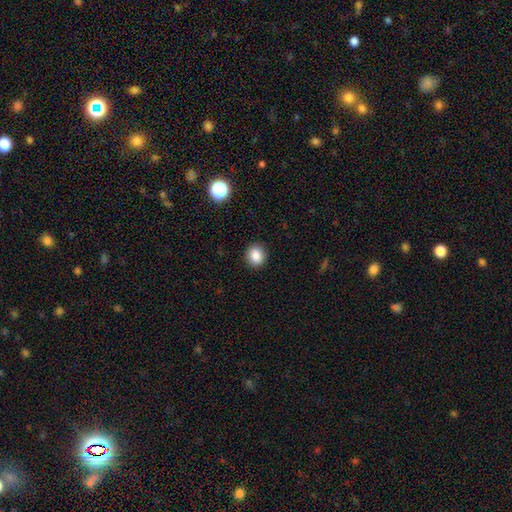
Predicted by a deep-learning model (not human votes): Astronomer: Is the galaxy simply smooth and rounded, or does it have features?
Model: smooth — 86%.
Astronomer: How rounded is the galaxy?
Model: round — 75%.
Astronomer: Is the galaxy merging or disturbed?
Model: none — 91%.